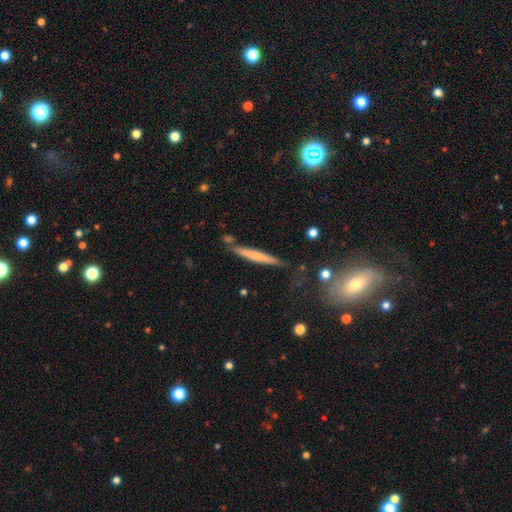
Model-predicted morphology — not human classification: Smooth or featured? smooth (57%)
How rounded? cigar-shaped (95%)
Merging? none (78%)